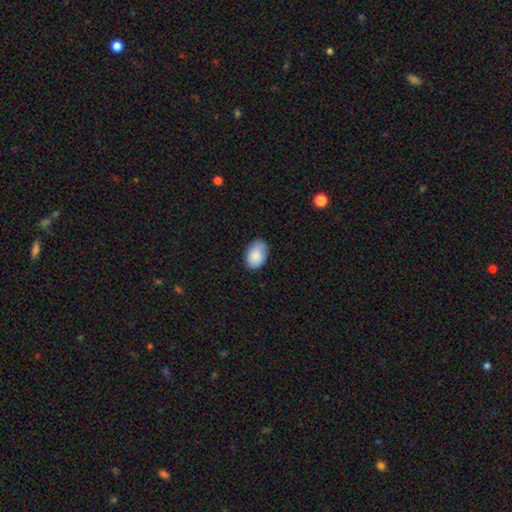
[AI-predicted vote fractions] Smooth or featured? smooth (87%)
How rounded? in between (87%)
Merging? none (80%)